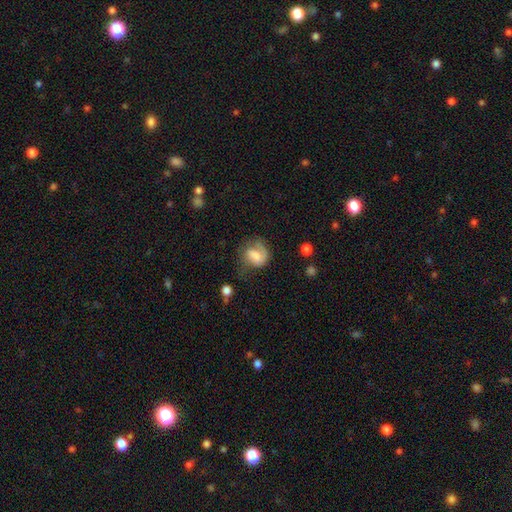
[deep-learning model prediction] Smooth or featured? Predicted: smooth (p=0.51). How rounded? Predicted: round (p=0.53). Merging? Predicted: none (p=0.41).